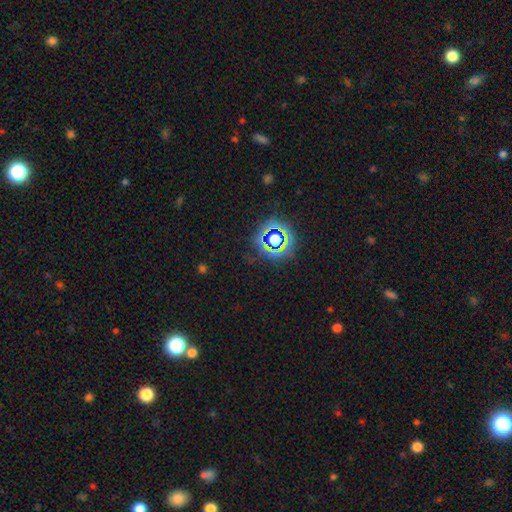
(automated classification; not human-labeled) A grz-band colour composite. It shows a star or artifact, not a galaxy (79%).